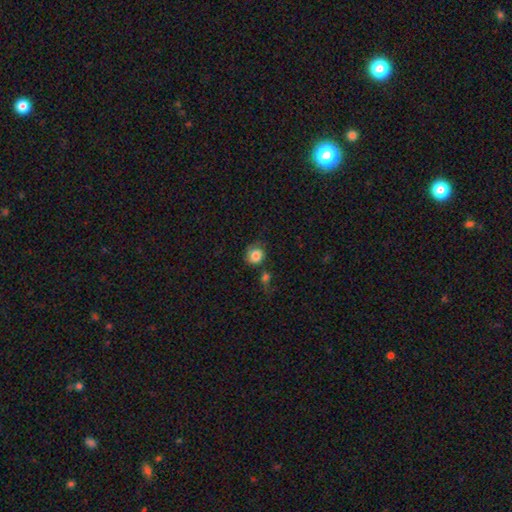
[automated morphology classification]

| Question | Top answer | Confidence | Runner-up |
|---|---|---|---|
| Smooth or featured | smooth | 80% | featured or disk (12%) |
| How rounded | round | 79% | in between (20%) |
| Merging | none | 53% | minor disturbance (24%) |